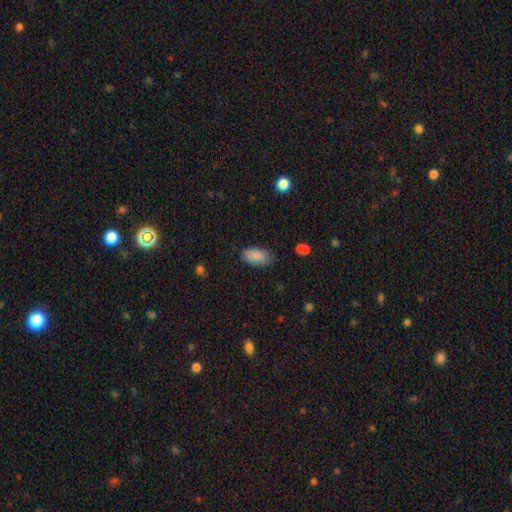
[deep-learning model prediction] smooth 85%, star or artifact 7%, featured or disk 7%. Down the decision tree: how rounded — in between (93%); merging — none (76%).